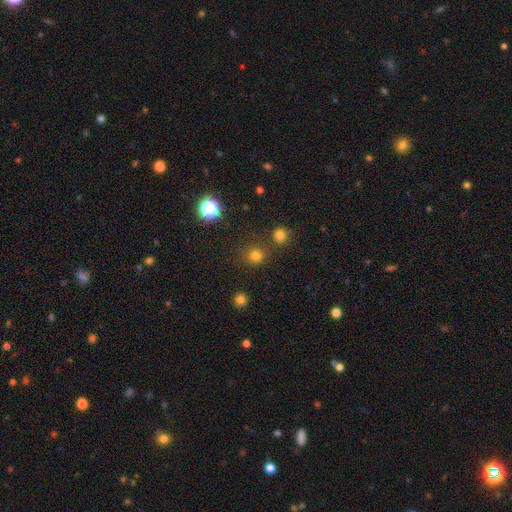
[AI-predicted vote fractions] Q: Smooth or featured?
A: smooth (76%); runner-up: star or artifact (20%)
Q: How rounded?
A: round (92%); runner-up: in between (7%)
Q: Merging?
A: none (80%); runner-up: merger (9%)